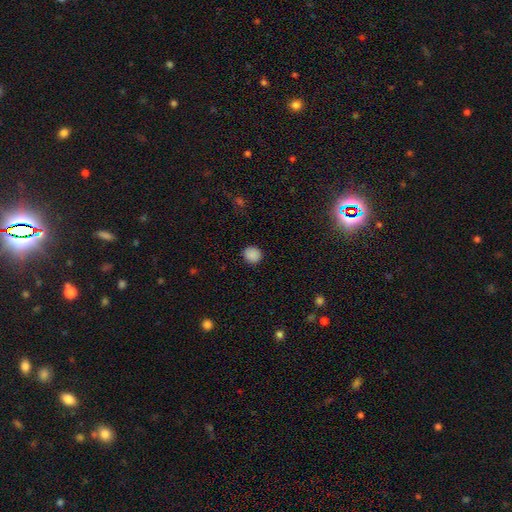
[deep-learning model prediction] This is likely a smooth galaxy (78%). How rounded: likely round (78%). Merging: clearly none (88%).